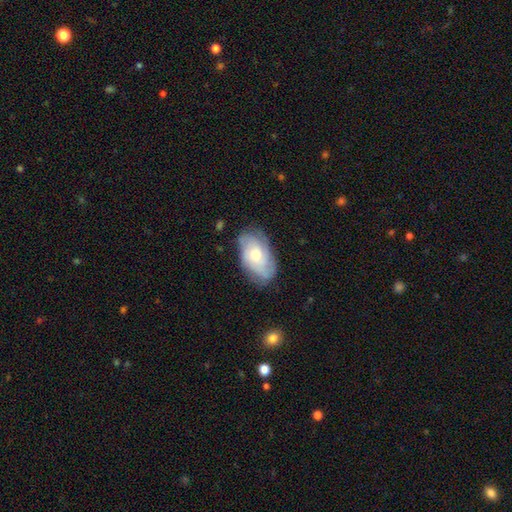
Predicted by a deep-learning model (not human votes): Overall: featured or disk (53%; smooth 41%). Edge-on disk: no (94%). Merging: none (69%).